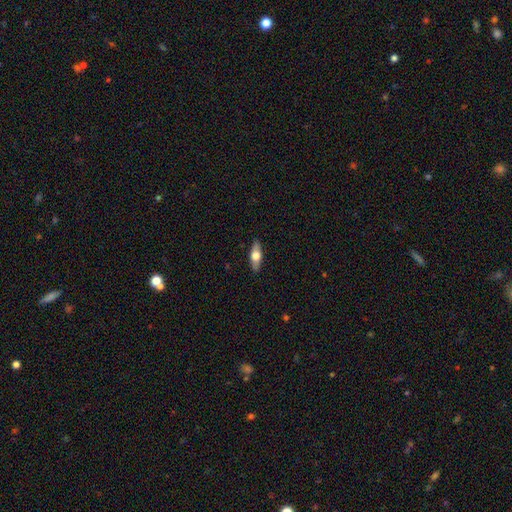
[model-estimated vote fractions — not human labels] Q: Smooth or featured?
A: smooth (50%); runner-up: featured or disk (44%)
Q: Merging?
A: none (88%); runner-up: minor disturbance (9%)